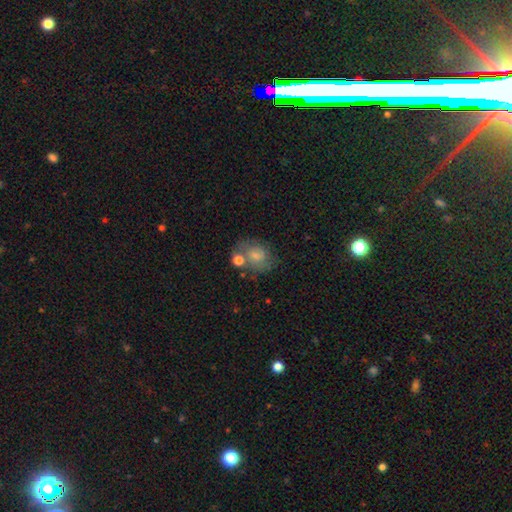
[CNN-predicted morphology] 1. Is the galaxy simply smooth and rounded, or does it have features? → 59% smooth, 30% featured or disk, 11% star or artifact.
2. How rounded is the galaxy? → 55% in between, 44% round, 1% cigar-shaped.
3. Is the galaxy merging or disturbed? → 47% none, 22% merger, 20% minor disturbance, 11% major disturbance.